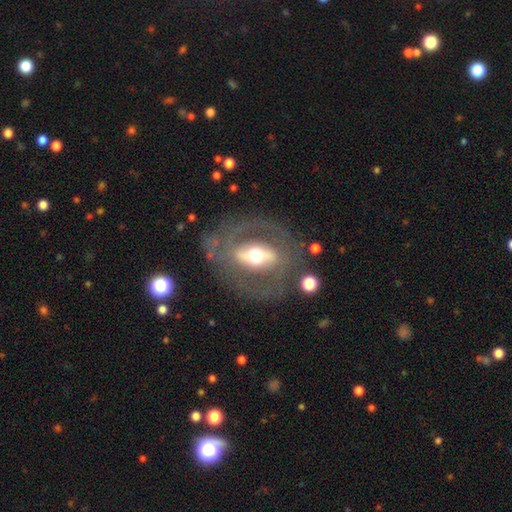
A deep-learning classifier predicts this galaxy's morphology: A featured or disk galaxy (76%) with a strong bar (56%), spiral arms (55%) and a moderate central bulge (62%).

Vote fractions:
- Smooth or featured? featured or disk: 76% / smooth: 18% / star or artifact: 6%
- Edge-on disk? no: 92% / yes: 8%
- Bar? strong: 56% / weak: 25% / no: 19%
- Spiral arms? yes: 55% / no: 45%
- Bulge size? moderate: 62% / large: 25% / small: 9% / dominant: 3% / none: 1%
- Merging? none: 70% / minor disturbance: 14% / major disturbance: 12% / merger: 3%